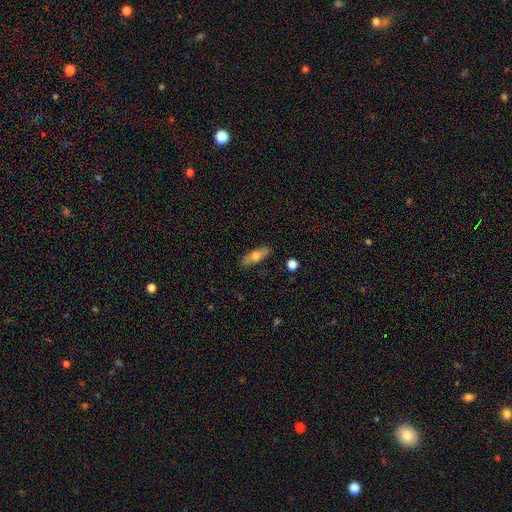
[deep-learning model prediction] This appears to be a smooth galaxy with no disk features (63%) that is in between round and cigar-shaped (56%). Merging: none (85%).